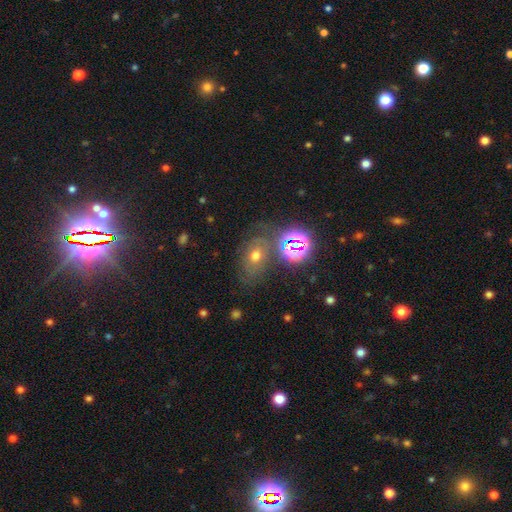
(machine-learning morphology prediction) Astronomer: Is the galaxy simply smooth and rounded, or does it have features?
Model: smooth — 48% (runner-up: star or artifact, 28%).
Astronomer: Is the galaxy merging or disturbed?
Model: none — 58%.